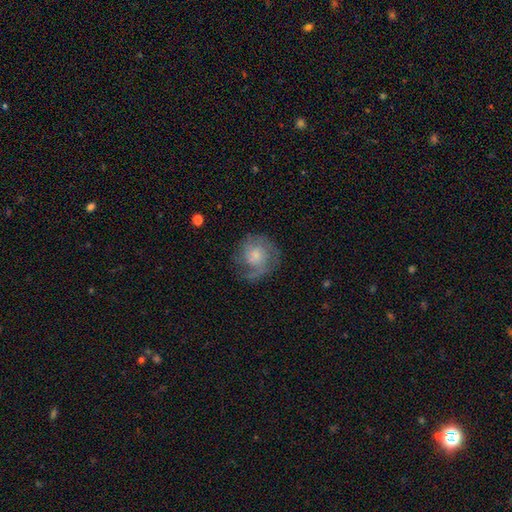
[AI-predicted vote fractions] The model was most divided on "spiral winding": medium: 41%, tight: 39%, loose: 20%. Remaining: edge-on disk — no (98%); spiral arms — yes (86%); bar — no (75%); smooth or featured — featured or disk (61%); merging — none (60%); bulge size — small (49%); spiral arm count — 2 (34%).